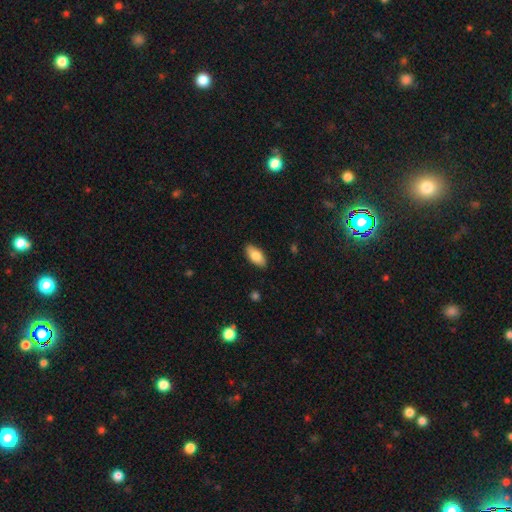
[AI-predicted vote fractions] Q: Smooth or featured?
A: smooth (83%); runner-up: featured or disk (10%)
Q: How rounded?
A: in between (91%); runner-up: cigar-shaped (7%)
Q: Merging?
A: none (88%); runner-up: minor disturbance (9%)